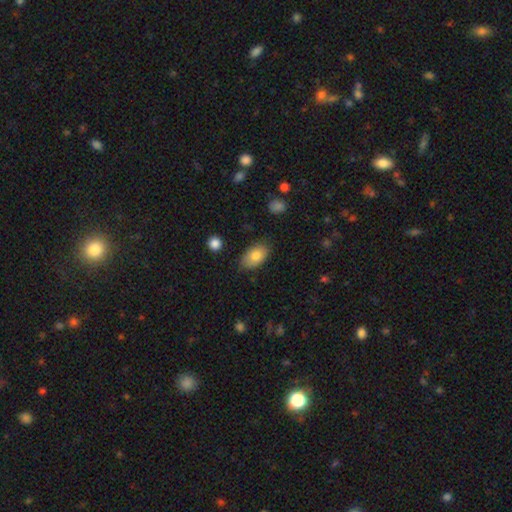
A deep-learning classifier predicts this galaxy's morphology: type=smooth (80%); roundness=in between (91%); merging=none (79%).